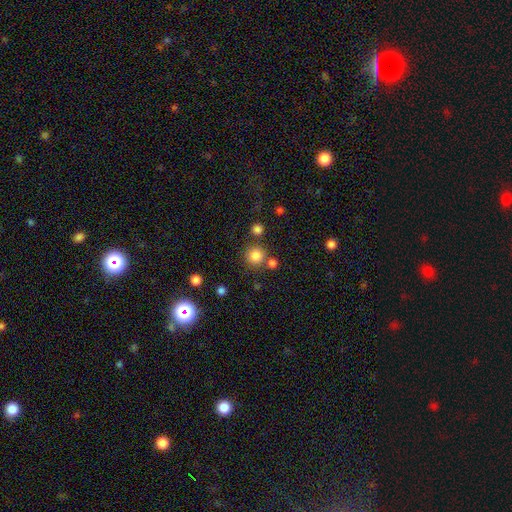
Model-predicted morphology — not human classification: Smooth or featured?
  - smooth: 82% *
  - star or artifact: 13%
  - featured or disk: 5%
How rounded?
  - round: 94% *
  - in between: 5%
  - cigar-shaped: 1%
Merging?
  - none: 77% *
  - merger: 11%
  - minor disturbance: 8%
  - major disturbance: 3%